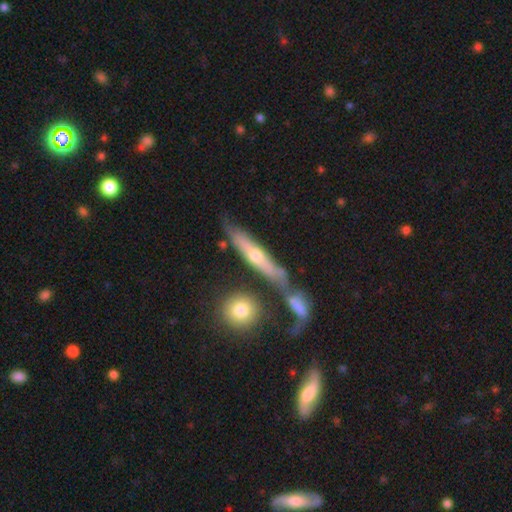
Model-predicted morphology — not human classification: The model was most divided on "smooth or featured": featured or disk: 55%, smooth: 38%, star or artifact: 6%. More confident: edge-on disk — yes (79%); merging — none (59%).